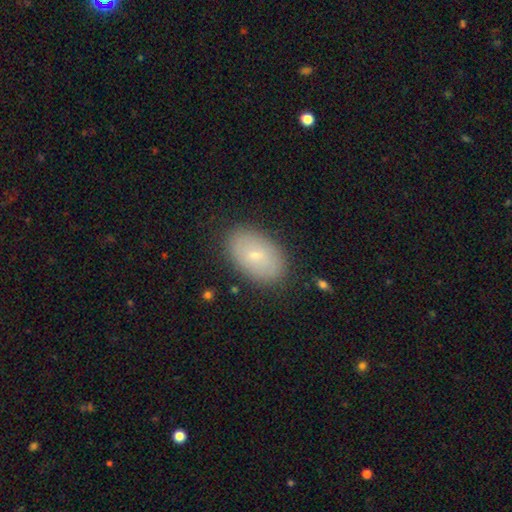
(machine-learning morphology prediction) The model was most divided on "smooth or featured": smooth: 63%, featured or disk: 29%, star or artifact: 8%. More confident: how rounded — in between (91%); merging — none (85%).